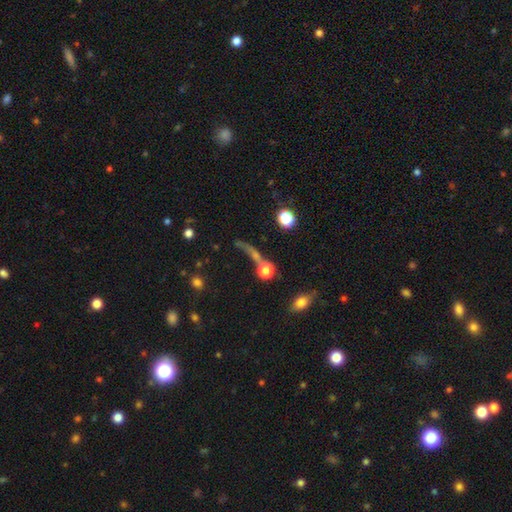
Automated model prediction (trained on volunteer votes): This is possibly a smooth galaxy (47%). Merging: possibly none (46%).